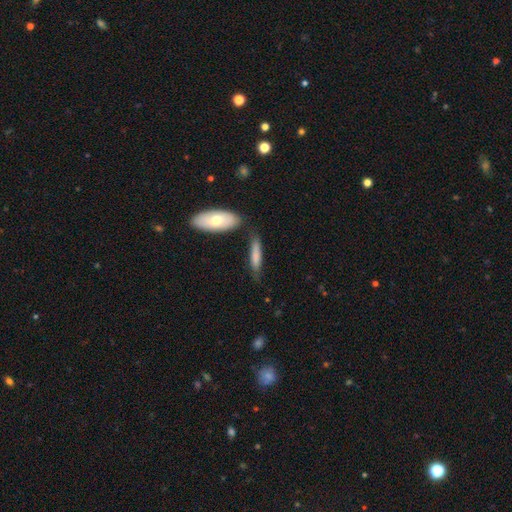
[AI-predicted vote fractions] Overall: smooth (76%). How rounded: cigar-shaped (75%). Merging: none (65%).